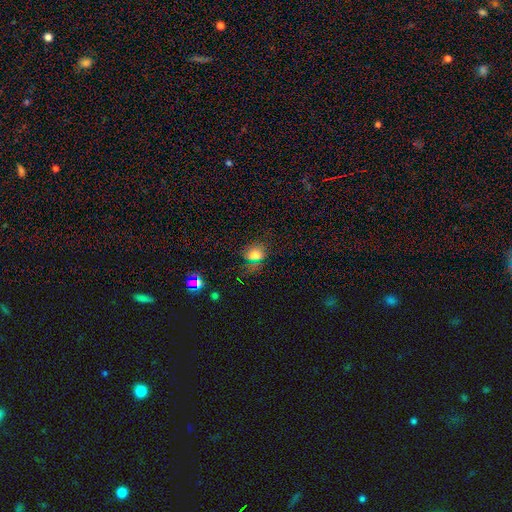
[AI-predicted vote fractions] smooth_or_featured: smooth (p=0.69) [alt: star or artifact p=0.23]
how_rounded: round (p=0.60) [alt: in between p=0.38]
merging: none (p=0.74) [alt: minor disturbance p=0.16]